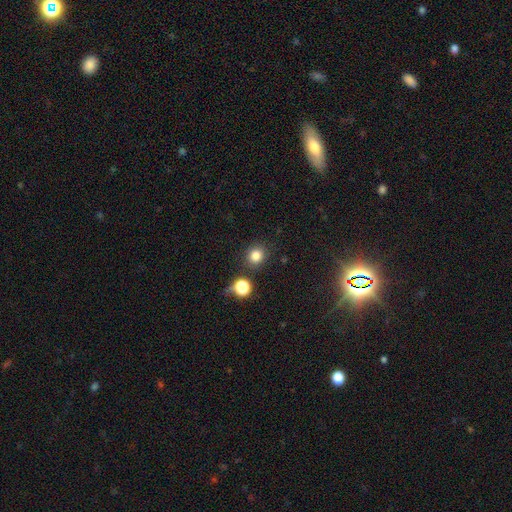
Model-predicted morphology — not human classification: Smooth or featured: smooth — 82% (star or artifact — 13%)
How rounded: round — 84% (in between — 15%)
Merging: none — 81% (minor disturbance — 9%)